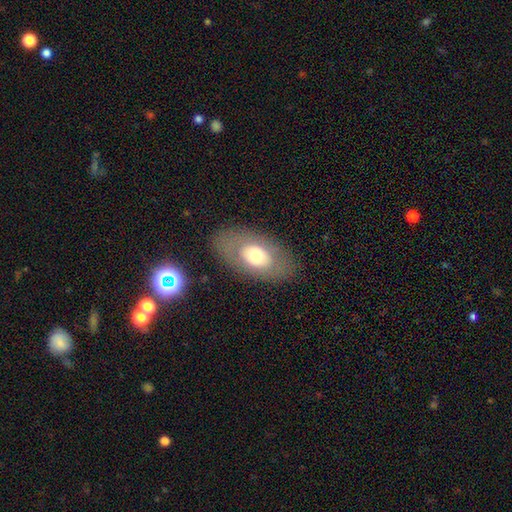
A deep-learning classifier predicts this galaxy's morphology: smooth-or-featured: smooth: 58% | featured or disk: 35% | star or artifact: 8%
  how-rounded: in between: 90% | round: 8% | cigar-shaped: 2%
  merging: none: 83% | minor disturbance: 10% | major disturbance: 5% | merger: 2%